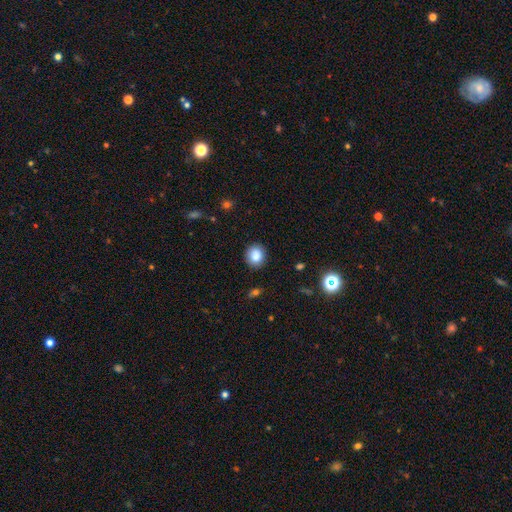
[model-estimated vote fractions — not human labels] The model was most divided on "how rounded": round: 75%, in between: 24%, cigar-shaped: 1%. More confident: merging — none (87%); smooth or featured — smooth (86%).